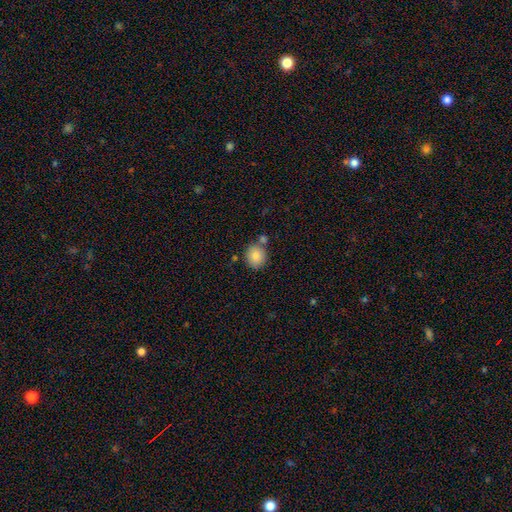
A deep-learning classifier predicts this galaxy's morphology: This appears to be a smooth galaxy with no disk features (83%) that is round (76%). Merging: none (69%).